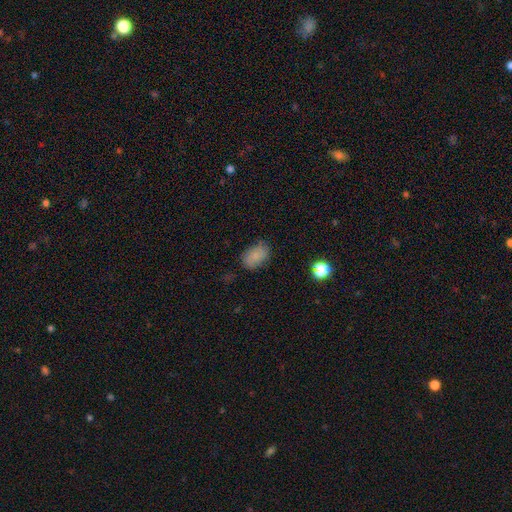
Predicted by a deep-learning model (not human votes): Smooth or featured? smooth (83%)
How rounded? in between (85%)
Merging? none (78%)